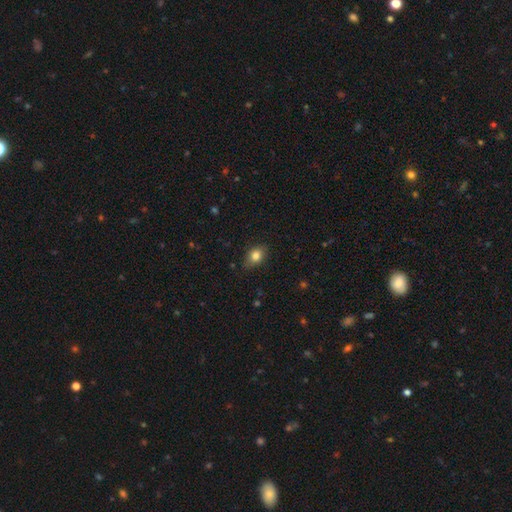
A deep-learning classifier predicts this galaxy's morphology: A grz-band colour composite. It shows a smooth galaxy with no disk features (83%) that is in between round and cigar-shaped (66%). Merging: none (80%).